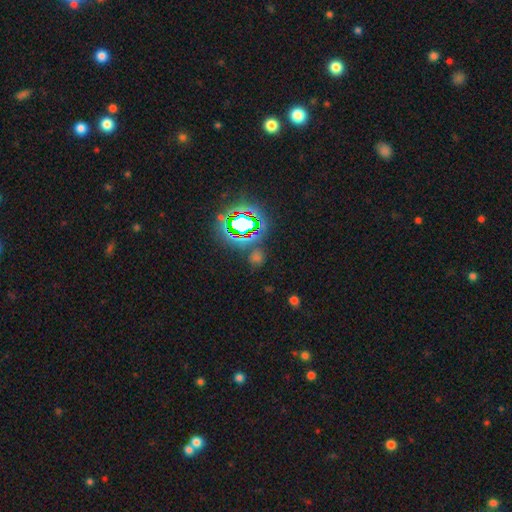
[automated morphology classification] smooth-or-featured: star or artifact: 65% | smooth: 27% | featured or disk: 9%